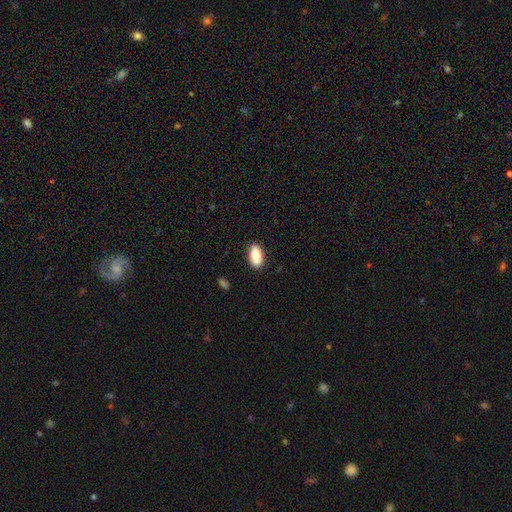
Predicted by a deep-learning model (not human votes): smooth-or-featured: smooth: 86% | featured or disk: 7% | star or artifact: 7%
  how-rounded: in between: 90% | cigar-shaped: 7% | round: 3%
  merging: none: 89% | minor disturbance: 8% | major disturbance: 2% | merger: 1%